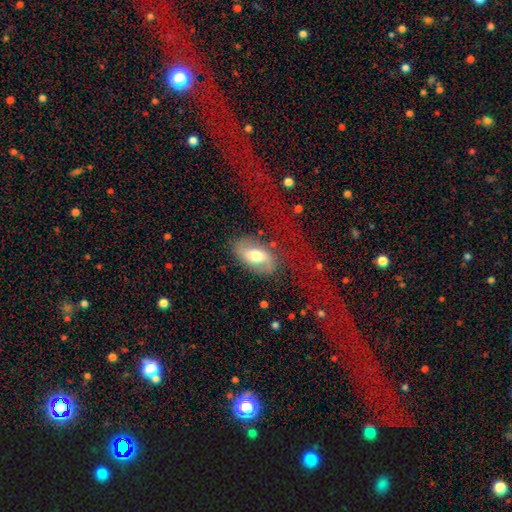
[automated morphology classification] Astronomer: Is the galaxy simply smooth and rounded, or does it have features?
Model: smooth — 50% (runner-up: featured or disk, 43%).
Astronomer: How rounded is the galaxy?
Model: in between — 88%.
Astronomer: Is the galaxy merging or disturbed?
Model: none — 64%.